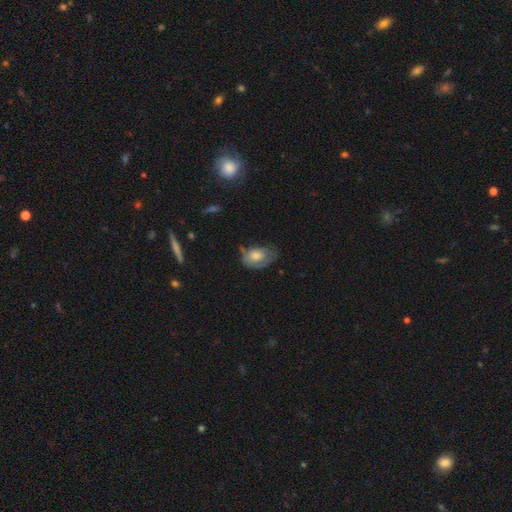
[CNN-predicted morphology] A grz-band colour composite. It shows a smooth galaxy with no disk features (59%) that is in between round and cigar-shaped (83%). Merging: none (47%).